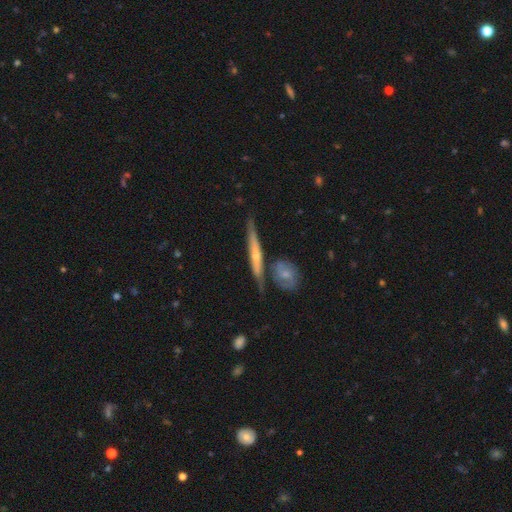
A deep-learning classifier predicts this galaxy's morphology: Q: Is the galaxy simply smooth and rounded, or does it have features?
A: featured or disk — 71%.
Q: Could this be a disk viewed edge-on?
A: yes — 89%.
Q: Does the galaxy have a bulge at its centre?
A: rounded — 68%.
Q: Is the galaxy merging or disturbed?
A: none — 68%.